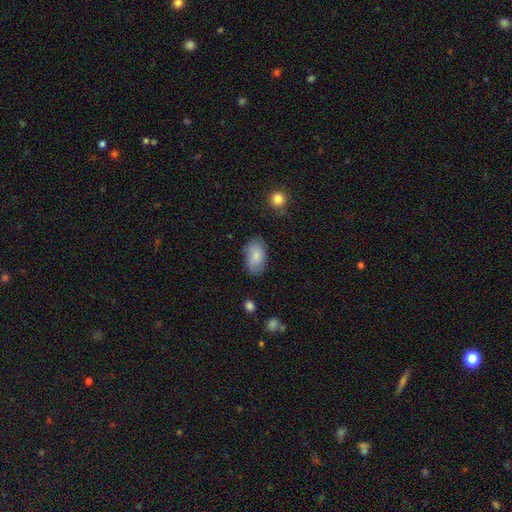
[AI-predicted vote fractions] smooth 82%, featured or disk 12%, star or artifact 7%. Down the decision tree: how rounded — in between (93%); merging — none (76%).